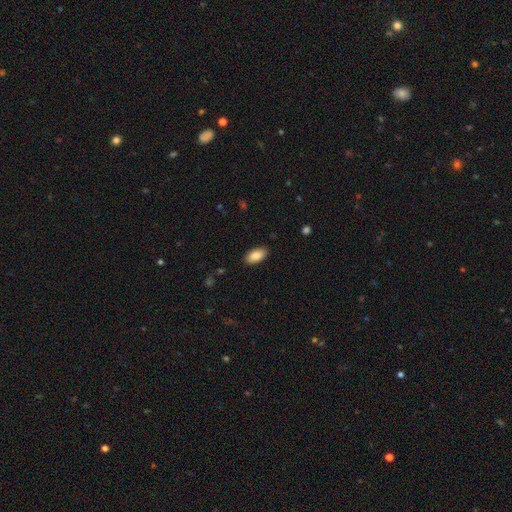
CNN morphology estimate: Smooth or featured?
  - smooth: 87% *
  - featured or disk: 7%
  - star or artifact: 7%
How rounded?
  - in between: 94% *
  - cigar-shaped: 4%
  - round: 2%
Merging?
  - none: 87% *
  - minor disturbance: 10%
  - major disturbance: 2%
  - merger: 1%